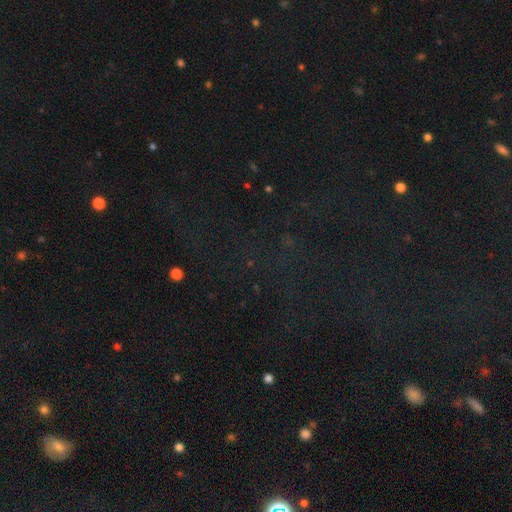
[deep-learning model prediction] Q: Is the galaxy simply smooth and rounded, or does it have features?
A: star or artifact — 78%.